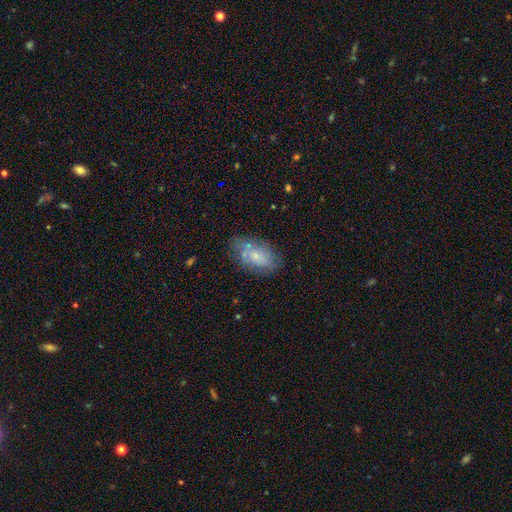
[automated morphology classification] Smooth or featured: smooth — 55% (featured or disk — 36%)
How rounded: in between — 90% (round — 6%)
Merging: none — 60% (minor disturbance — 25%)